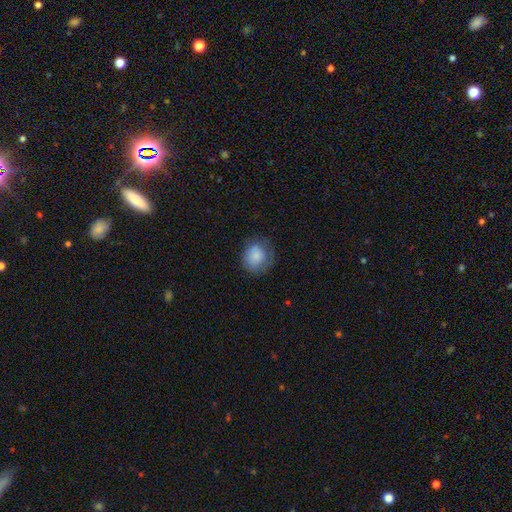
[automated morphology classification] Smooth or featured?
  - smooth: 84% *
  - featured or disk: 8%
  - star or artifact: 7%
How rounded?
  - round: 81% *
  - in between: 19%
  - cigar-shaped: 1%
Merging?
  - none: 68% *
  - minor disturbance: 22%
  - major disturbance: 10%
  - merger: 1%